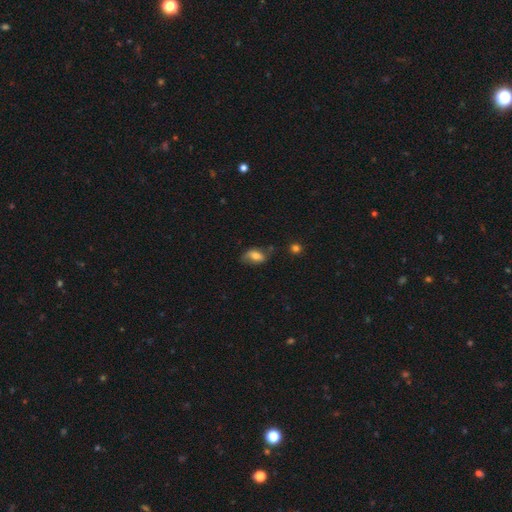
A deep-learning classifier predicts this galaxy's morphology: type=smooth (57%); roundness=in between (84%); merging=none (58%).